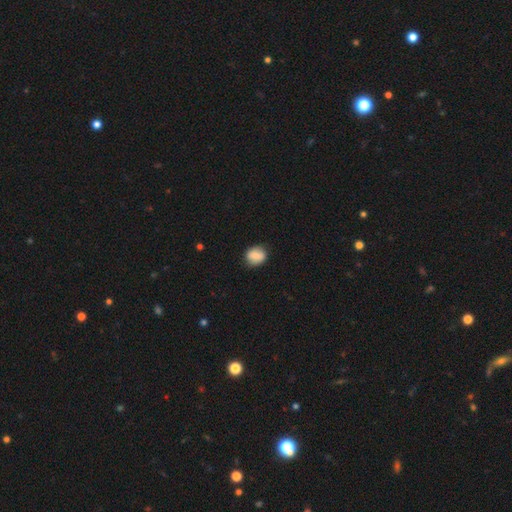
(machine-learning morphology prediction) This appears to be a smooth galaxy with no disk features (85%) that is round (63%). Merging: none (82%).